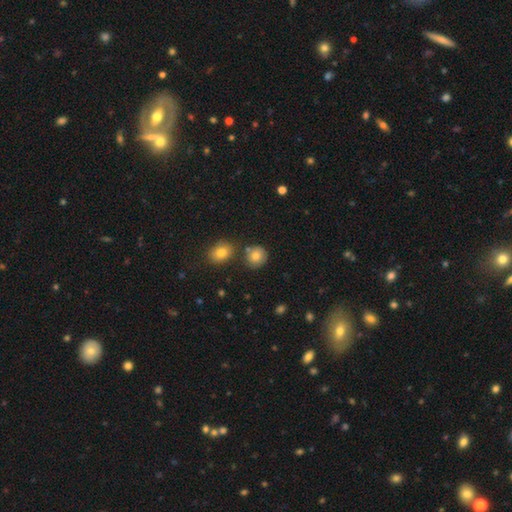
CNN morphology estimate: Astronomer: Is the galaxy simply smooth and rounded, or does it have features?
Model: smooth — 81%.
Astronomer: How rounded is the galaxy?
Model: round — 85%.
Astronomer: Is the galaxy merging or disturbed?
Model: none — 74%.